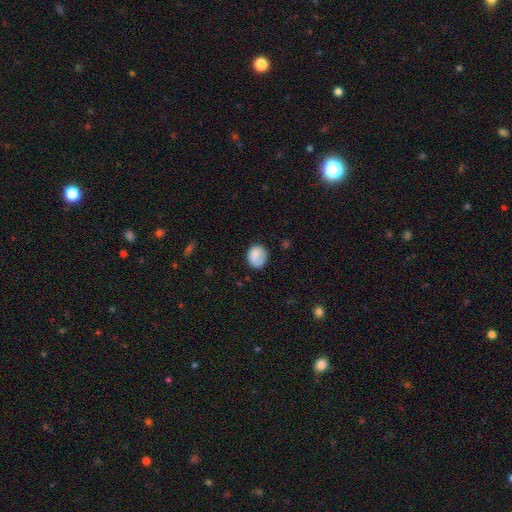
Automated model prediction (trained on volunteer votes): Smooth or featured?
  - smooth: 83% *
  - featured or disk: 9%
  - star or artifact: 8%
How rounded?
  - round: 70% *
  - in between: 29%
  - cigar-shaped: 1%
Merging?
  - none: 69% *
  - minor disturbance: 22%
  - major disturbance: 8%
  - merger: 2%